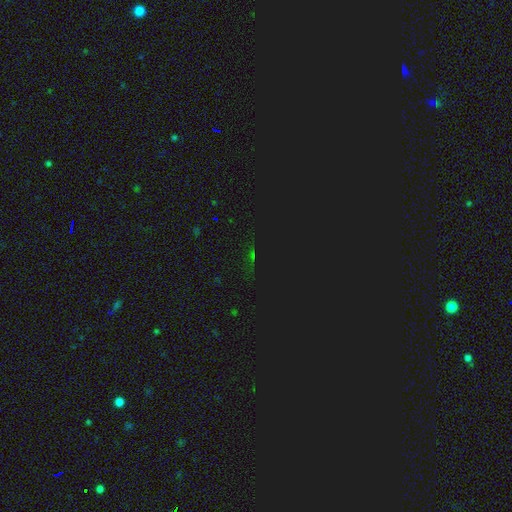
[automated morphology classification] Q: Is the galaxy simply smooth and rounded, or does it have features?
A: star or artifact — 76%.